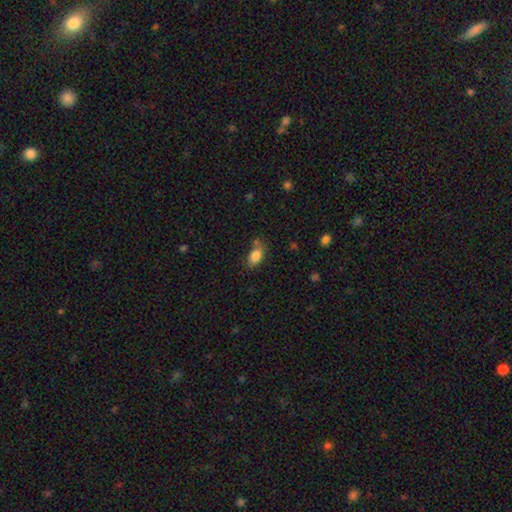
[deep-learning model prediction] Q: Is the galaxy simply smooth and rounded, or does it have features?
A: smooth — 84%.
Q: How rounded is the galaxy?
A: in between — 87%.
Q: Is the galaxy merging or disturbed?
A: none — 62%.